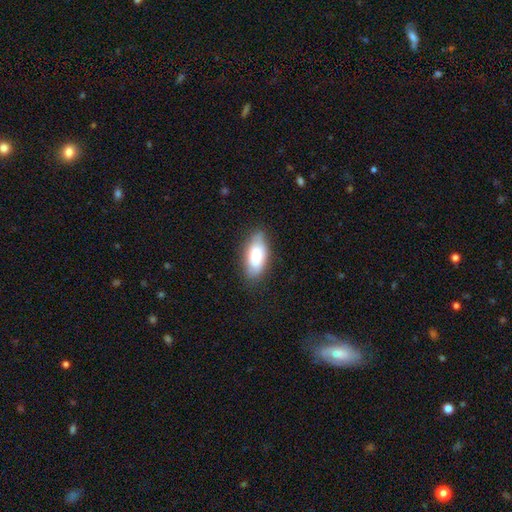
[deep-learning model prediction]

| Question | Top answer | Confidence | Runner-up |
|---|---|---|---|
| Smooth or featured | smooth | 60% | featured or disk (33%) |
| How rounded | in between | 89% | cigar-shaped (7%) |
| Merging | none | 74% | minor disturbance (20%) |